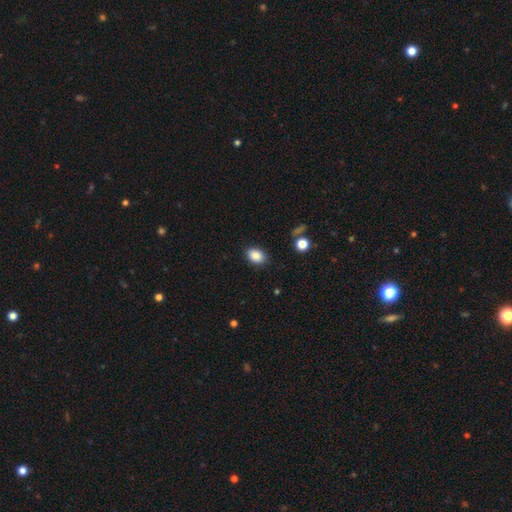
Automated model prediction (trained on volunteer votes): Smooth or featured? smooth (87%)
How rounded? in between (77%)
Merging? none (86%)